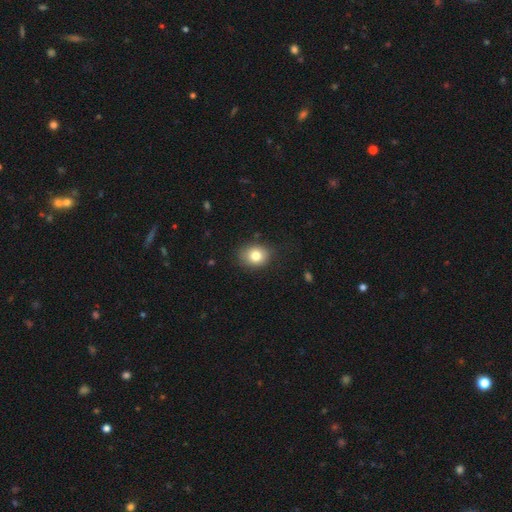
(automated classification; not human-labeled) smooth-or-featured: smooth: 80% | featured or disk: 10% | star or artifact: 10%
  how-rounded: round: 57% | in between: 42% | cigar-shaped: 1%
  merging: none: 81% | minor disturbance: 14% | major disturbance: 3% | merger: 1%